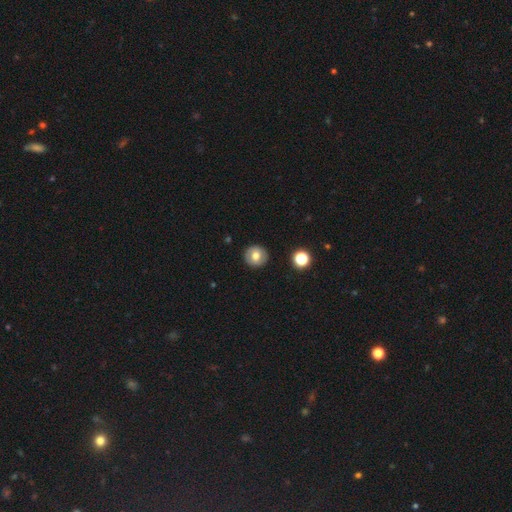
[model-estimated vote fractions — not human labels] smooth_or_featured: smooth (p=0.71) [alt: featured or disk p=0.19]
how_rounded: round (p=0.93) [alt: in between p=0.06]
merging: none (p=0.91) [alt: minor disturbance p=0.06]